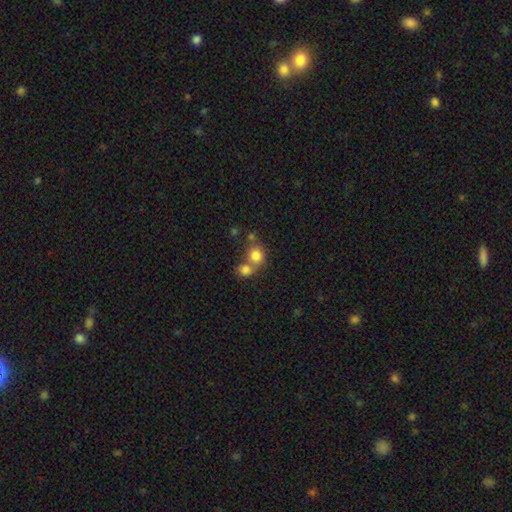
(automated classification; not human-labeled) smooth-or-featured: smooth: 80% | star or artifact: 11% | featured or disk: 9%
  how-rounded: round: 82% | in between: 17% | cigar-shaped: 1%
  merging: merger: 49% | none: 41% | minor disturbance: 7% | major disturbance: 3%